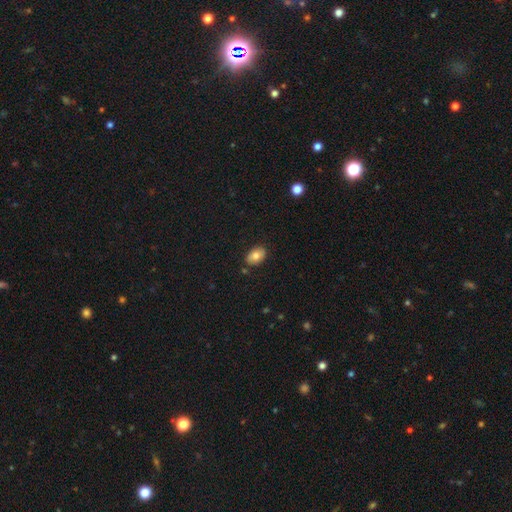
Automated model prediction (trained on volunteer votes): Smooth or featured? smooth (78%)
How rounded? in between (87%)
Merging? none (85%)